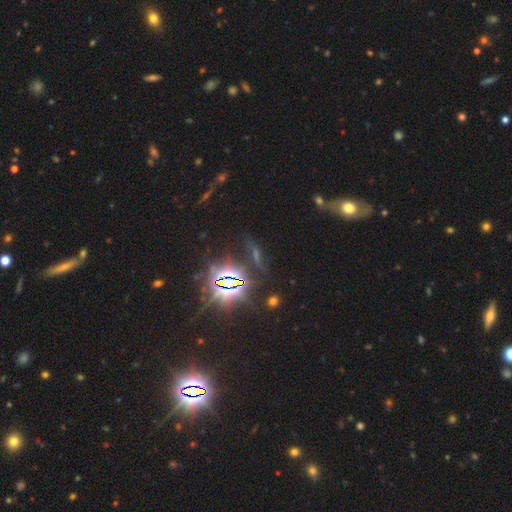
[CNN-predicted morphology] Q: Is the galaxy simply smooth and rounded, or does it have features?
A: star or artifact — 74%.